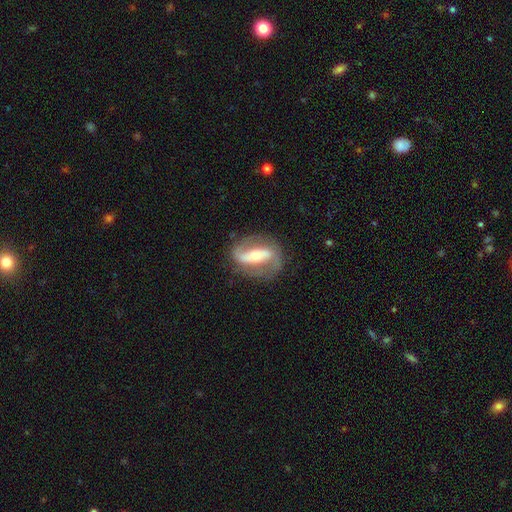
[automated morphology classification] featured or disk 83%, smooth 12%, star or artifact 5%. Down the decision tree: edge-on disk — no (92%); bar — strong (64%); spiral arms — yes (86%); spiral arm count — 2 (89%); spiral winding — medium (43%); bulge size — moderate (50%); merging — none (79%).